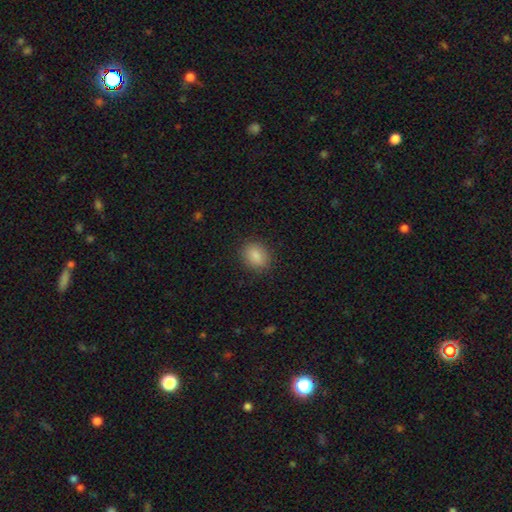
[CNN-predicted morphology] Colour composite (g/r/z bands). It shows a smooth galaxy with no disk features (87%) that is round (50%). Merging: none (87%).